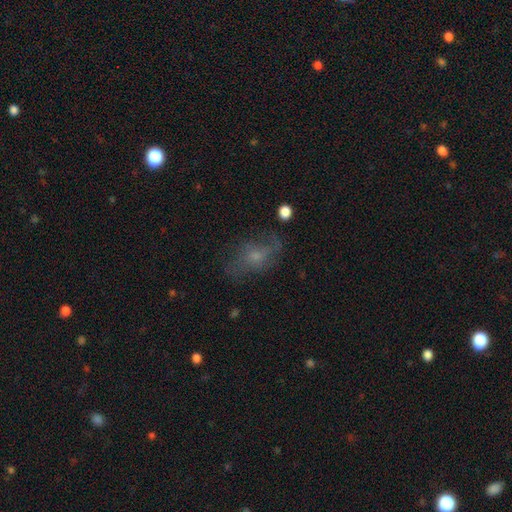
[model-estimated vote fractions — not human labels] Morphology: type=featured or disk (46%); merging=none (55%).